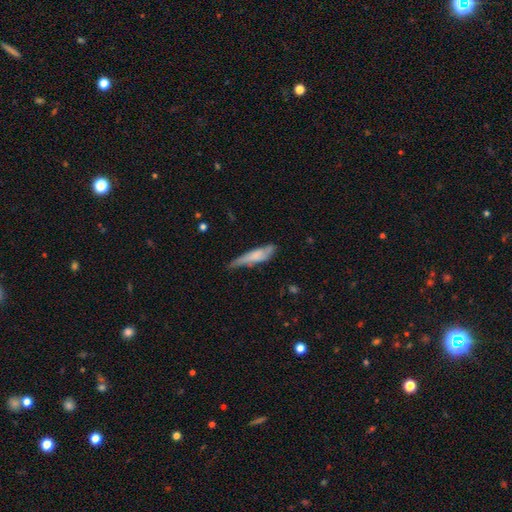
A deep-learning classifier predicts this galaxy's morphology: Smooth or featured?
  - smooth: 62% *
  - featured or disk: 31%
  - star or artifact: 7%
How rounded?
  - cigar-shaped: 75% *
  - in between: 23%
  - round: 2%
Merging?
  - none: 40% * (tied)
  - minor disturbance: 40% * (tied)
  - major disturbance: 16%
  - merger: 4%